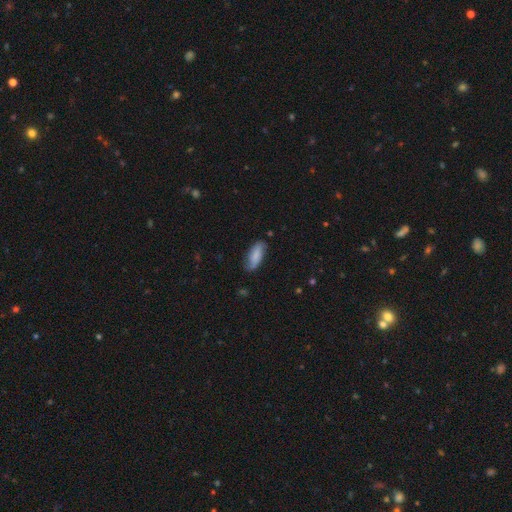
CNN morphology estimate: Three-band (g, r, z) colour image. It shows a smooth galaxy with no disk features (60%) that is in between round and cigar-shaped (78%). Merging: none (72%).